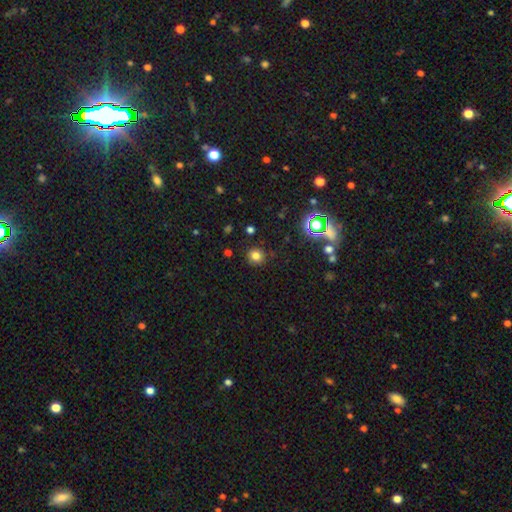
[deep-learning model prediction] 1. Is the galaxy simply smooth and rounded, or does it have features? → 76% smooth, 18% star or artifact, 6% featured or disk.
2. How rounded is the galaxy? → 91% round, 8% in between, 1% cigar-shaped.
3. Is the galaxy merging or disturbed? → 89% none, 7% minor disturbance, 2% major disturbance, 2% merger.